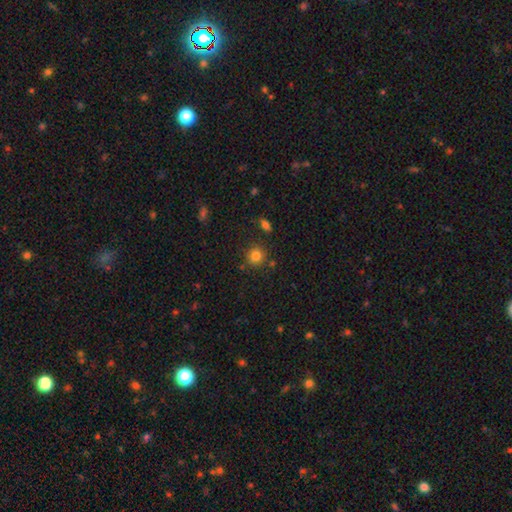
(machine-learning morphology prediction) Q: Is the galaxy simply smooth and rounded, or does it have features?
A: smooth — 82%.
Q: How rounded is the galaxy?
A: round — 89%.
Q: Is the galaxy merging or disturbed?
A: none — 80%.